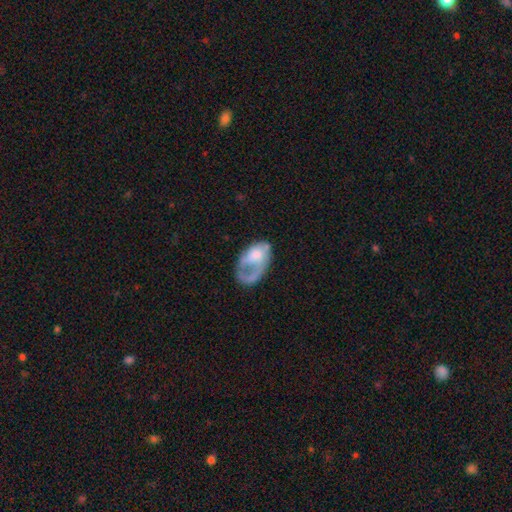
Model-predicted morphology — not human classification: This is possibly a featured or disk galaxy (49%). Merging: marginally major disturbance (45%).